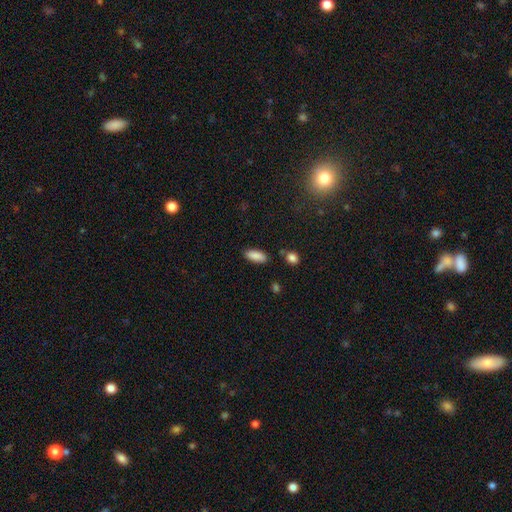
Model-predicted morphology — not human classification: This is clearly a smooth galaxy (88%). How rounded: clearly in between (80%). Merging: clearly none (83%).